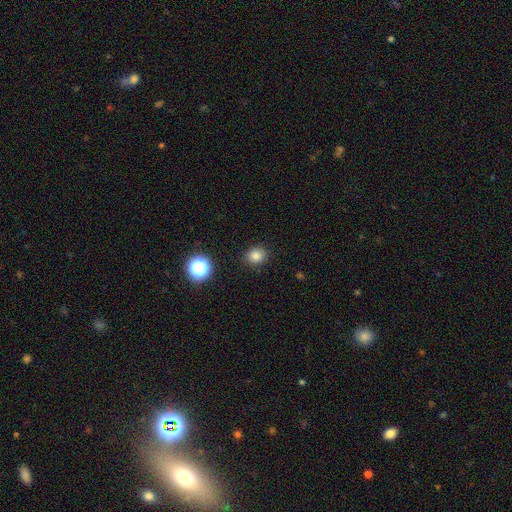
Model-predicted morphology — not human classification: smooth-or-featured: smooth: 81% | star or artifact: 14% | featured or disk: 5%
  how-rounded: round: 71% | in between: 29% | cigar-shaped: 1%
  merging: none: 89% | minor disturbance: 8% | major disturbance: 2% | merger: 1%